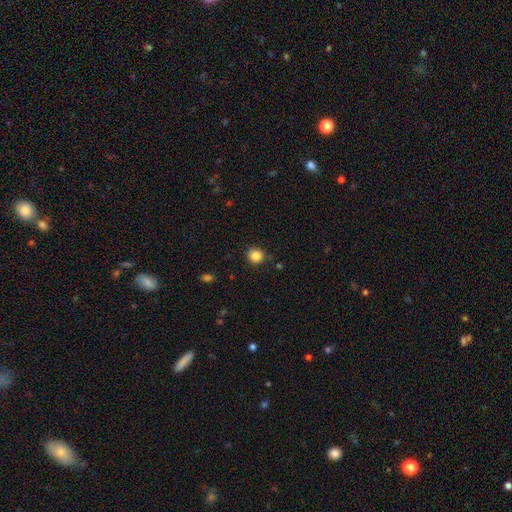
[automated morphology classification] smooth-or-featured: smooth: 86% | star or artifact: 11% | featured or disk: 3%
  how-rounded: round: 88% | in between: 11% | cigar-shaped: 1%
  merging: none: 86% | minor disturbance: 9% | major disturbance: 3% | merger: 2%